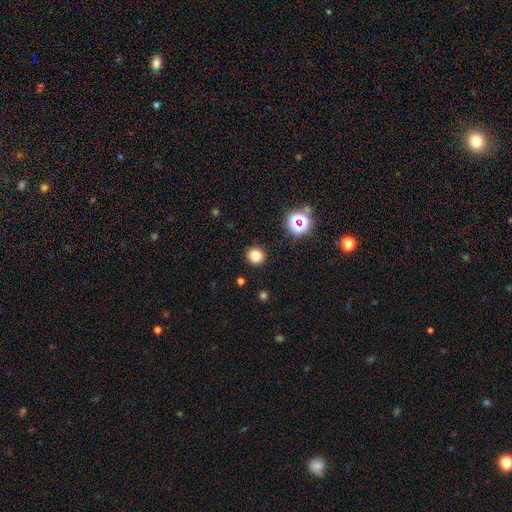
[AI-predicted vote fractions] smooth_or_featured: smooth (p=0.78) [alt: star or artifact p=0.16]
how_rounded: round (p=0.91) [alt: in between p=0.08]
merging: none (p=0.91) [alt: minor disturbance p=0.05]